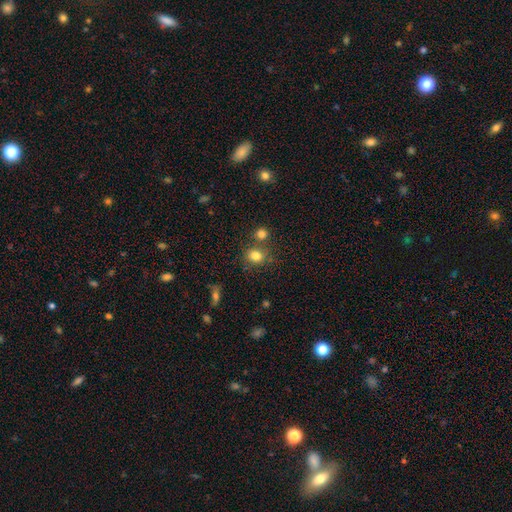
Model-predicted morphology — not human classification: A smooth galaxy with no disk features (80%) that is round (69%).

Vote fractions:
- Smooth or featured? smooth: 80% / star or artifact: 13% / featured or disk: 7%
- How rounded? round: 69% / in between: 29% / cigar-shaped: 1%
- Merging? none: 67% / merger: 17% / minor disturbance: 11% / major disturbance: 4%